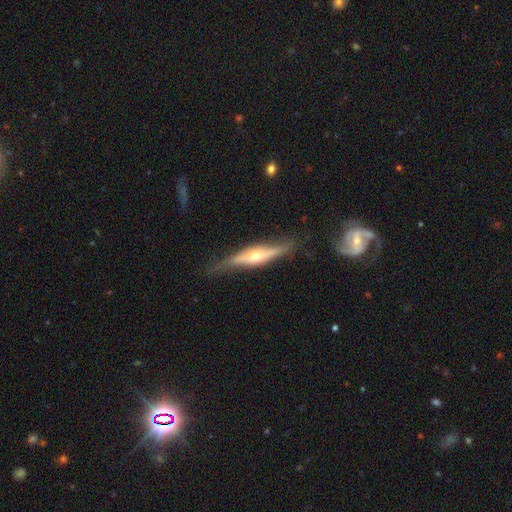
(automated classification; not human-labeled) This appears to be a featured or disk galaxy (71%) viewed edge-on (87%) with a rounded central bulge (88%). Merging: none (72%).